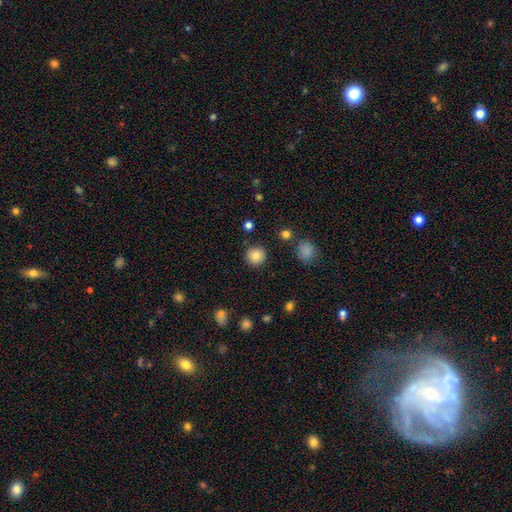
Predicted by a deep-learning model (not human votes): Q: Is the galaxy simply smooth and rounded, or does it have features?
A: smooth — 84%.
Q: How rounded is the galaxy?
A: round — 94%.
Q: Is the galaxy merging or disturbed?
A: none — 89%.